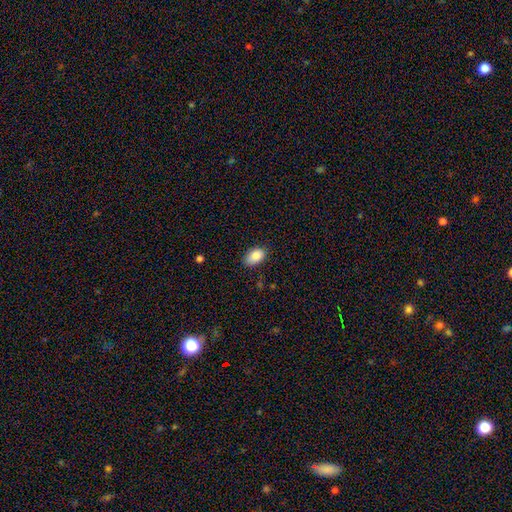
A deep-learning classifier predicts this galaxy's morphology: smooth_or_featured: smooth (p=0.87) [alt: star or artifact p=0.07]
how_rounded: in between (p=0.91) [alt: round p=0.08]
merging: none (p=0.81) [alt: minor disturbance p=0.15]